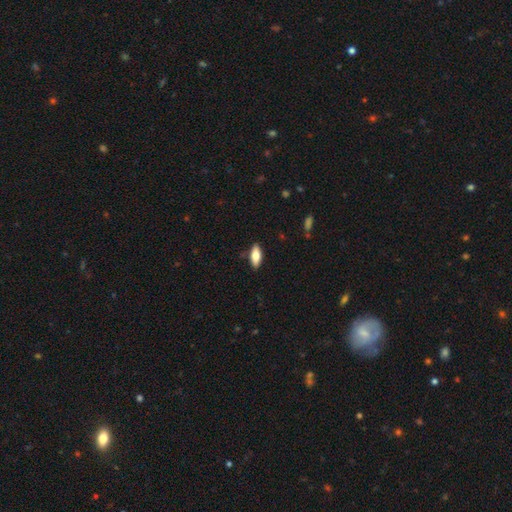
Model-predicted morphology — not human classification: The model was most divided on "smooth or featured": smooth: 72%, featured or disk: 22%, star or artifact: 6%. More confident: merging — none (87%); how rounded — in between (78%).